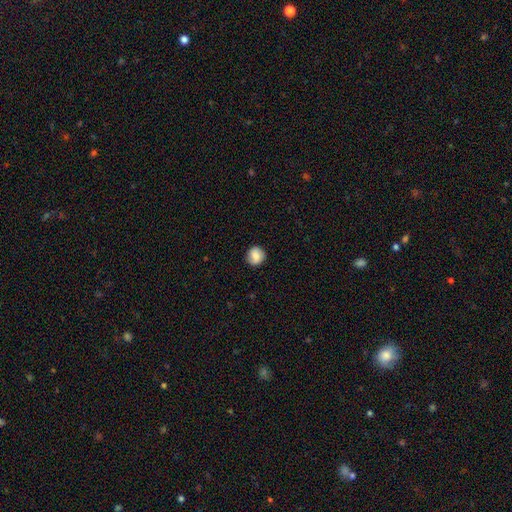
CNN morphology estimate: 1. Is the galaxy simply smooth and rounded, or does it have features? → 74% smooth, 18% featured or disk, 9% star or artifact.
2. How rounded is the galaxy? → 87% round, 12% in between, 1% cigar-shaped.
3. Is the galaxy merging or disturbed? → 86% none, 10% minor disturbance, 3% major disturbance, 1% merger.